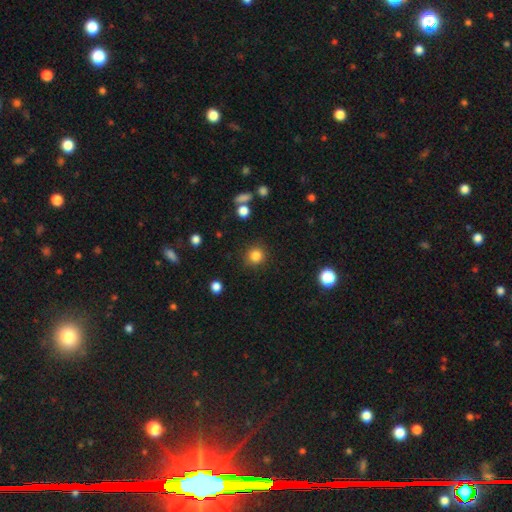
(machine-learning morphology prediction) Smooth or featured? smooth (84%)
How rounded? round (92%)
Merging? none (88%)